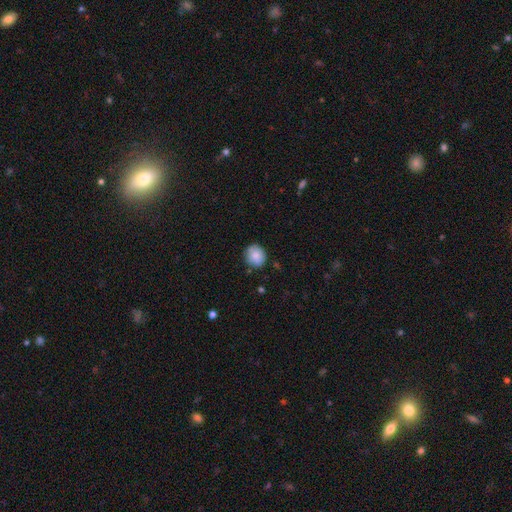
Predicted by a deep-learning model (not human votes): This appears to be a smooth galaxy with no disk features (84%) that is round (81%). Merging: none (80%).